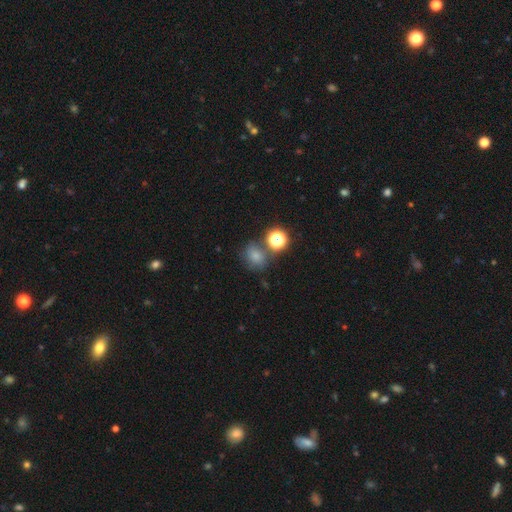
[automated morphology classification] Overall: smooth (70%). How rounded: round (61%; in between 38%). Merging: none (61%).